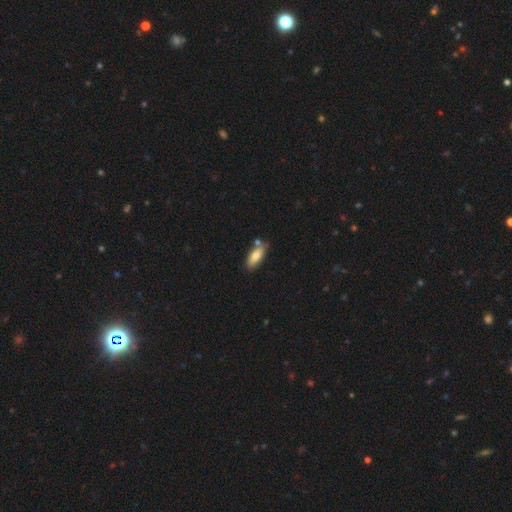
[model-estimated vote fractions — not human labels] The model was most divided on "how rounded": in between: 74%, cigar-shaped: 24%, round: 2%. More confident: smooth or featured — smooth (76%); merging — none (69%).